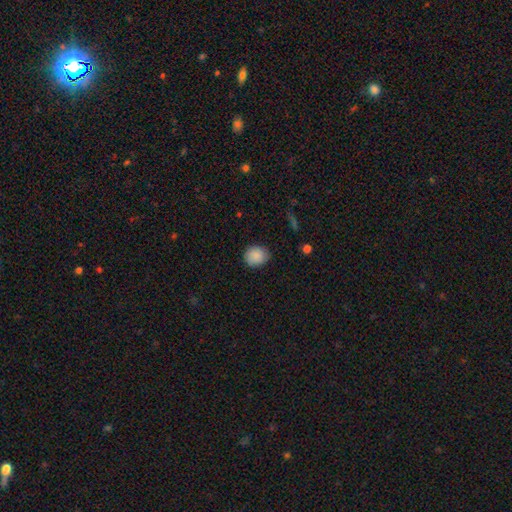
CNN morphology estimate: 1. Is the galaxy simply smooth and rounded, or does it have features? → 88% smooth, 8% star or artifact, 4% featured or disk.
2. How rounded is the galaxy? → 68% round, 32% in between, 1% cigar-shaped.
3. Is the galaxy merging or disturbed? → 83% none, 13% minor disturbance, 3% major disturbance, 1% merger.